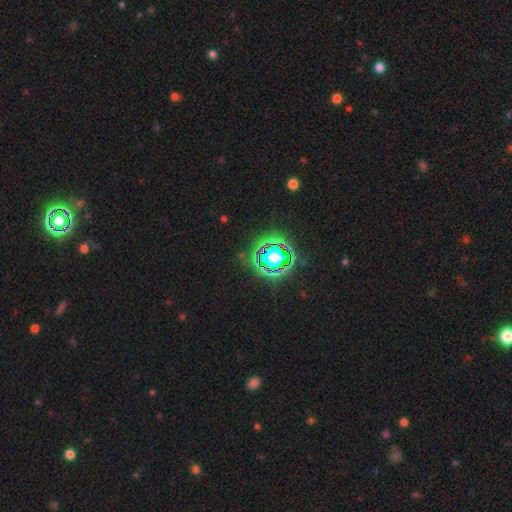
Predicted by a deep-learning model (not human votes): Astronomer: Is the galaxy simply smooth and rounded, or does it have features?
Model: star or artifact — 83%.